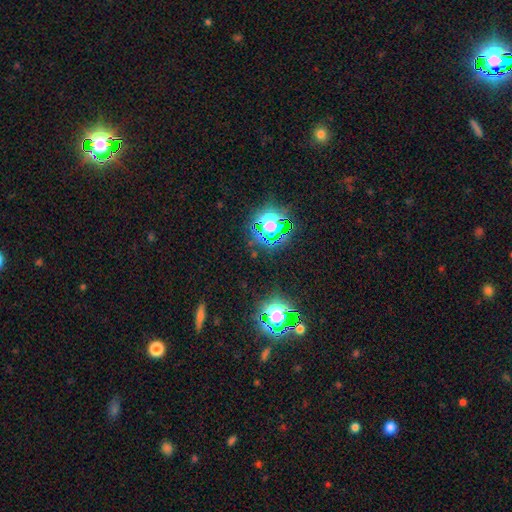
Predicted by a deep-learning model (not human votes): A star or artifact, not a galaxy (79%).

Vote fractions:
- Smooth or featured? star or artifact: 79% / smooth: 14% / featured or disk: 8%